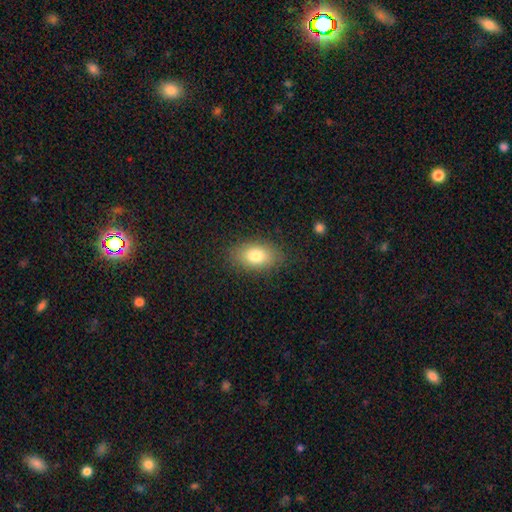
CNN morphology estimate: Overall: smooth (79%). How rounded: in between (86%). Merging: none (85%).